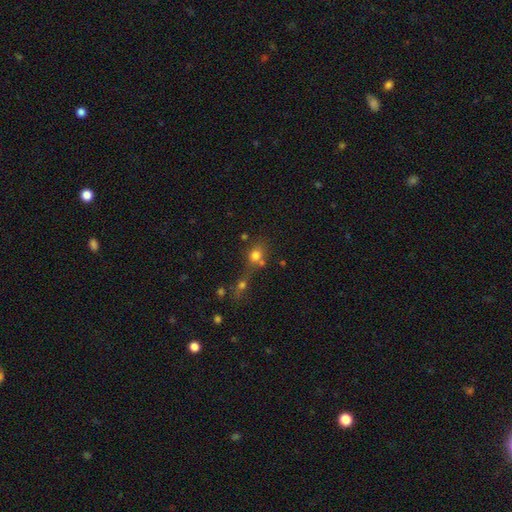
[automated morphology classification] The model was most divided on "merging": merger: 46%, none: 37%, minor disturbance: 10%, major disturbance: 7%. More confident: smooth or featured — smooth (73%); how rounded — round (69%).